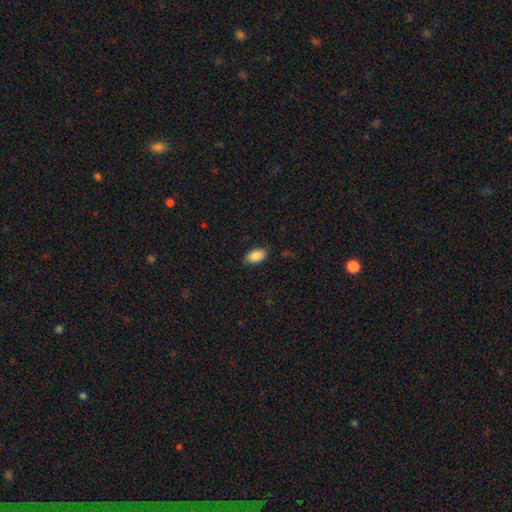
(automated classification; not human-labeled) A smooth galaxy with no disk features (88%) that is in between round and cigar-shaped (94%). Merging: none (86%).